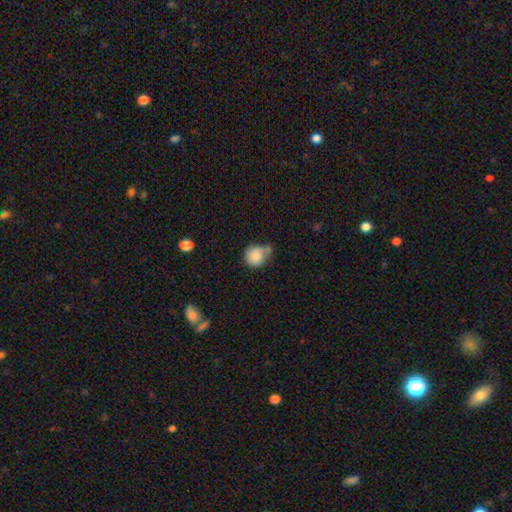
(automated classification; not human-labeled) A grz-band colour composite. It shows a smooth galaxy with no disk features (79%) that is round (79%). Merging: none (41%).